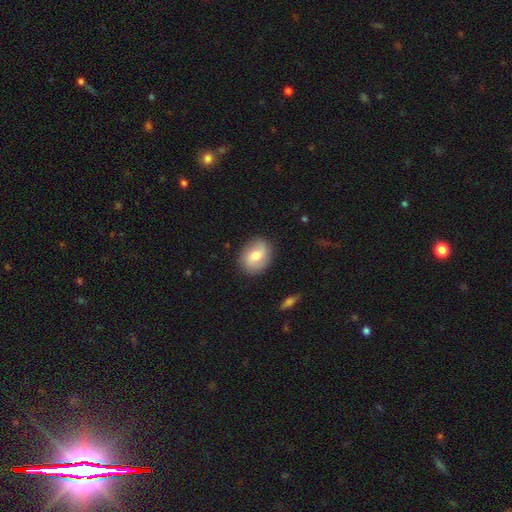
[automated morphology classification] Smooth or featured? smooth (53%)
How rounded? in between (63%)
Merging? none (84%)